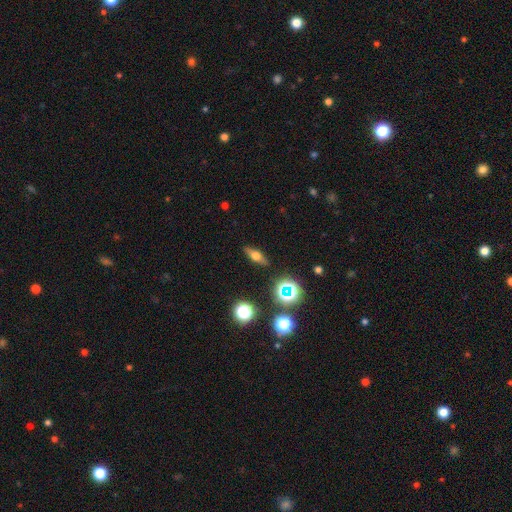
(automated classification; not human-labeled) A smooth galaxy with no disk features (51%) that is in between round and cigar-shaped (49%).

Vote fractions:
- Smooth or featured? smooth: 51% / featured or disk: 36% / star or artifact: 14%
- How rounded? in between: 49% / cigar-shaped: 40% / round: 11%
- Merging? none: 88% / minor disturbance: 8% / major disturbance: 2% / merger: 2%